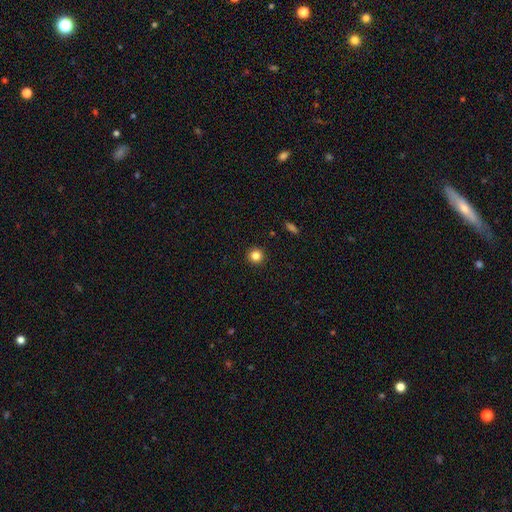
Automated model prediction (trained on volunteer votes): smooth-or-featured: smooth: 84% | star or artifact: 12% | featured or disk: 5%
  how-rounded: round: 95% | in between: 4% | cigar-shaped: 1%
  merging: none: 93% | minor disturbance: 4% | major disturbance: 2% | merger: 1%